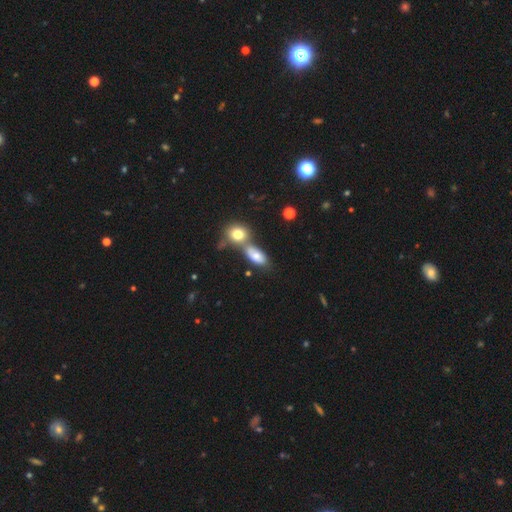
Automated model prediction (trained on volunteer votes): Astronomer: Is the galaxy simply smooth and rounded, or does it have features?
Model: smooth — 73%.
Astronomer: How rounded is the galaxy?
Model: in between — 83%.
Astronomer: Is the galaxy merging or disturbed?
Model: merger — 48% (runner-up: none, 35%).